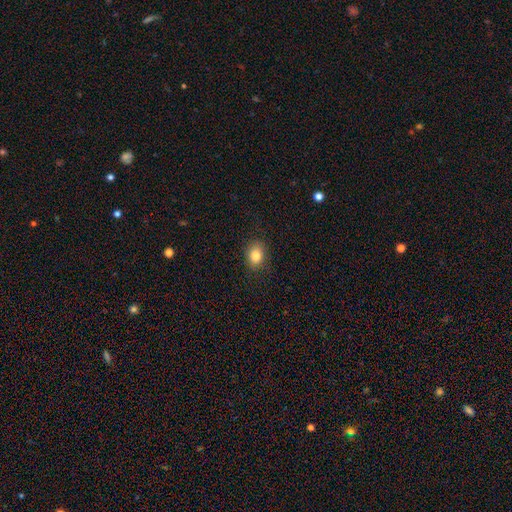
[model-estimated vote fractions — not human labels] Smooth or featured: smooth — 83% (star or artifact — 10%)
How rounded: in between — 65% (round — 34%)
Merging: none — 85% (minor disturbance — 12%)